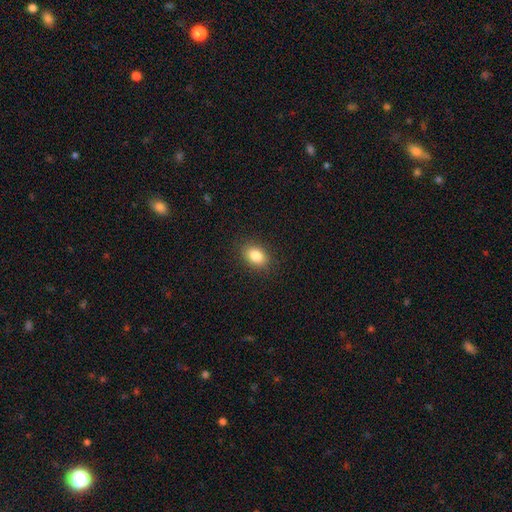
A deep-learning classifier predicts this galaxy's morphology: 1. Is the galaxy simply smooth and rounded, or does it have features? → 84% smooth, 9% star or artifact, 7% featured or disk.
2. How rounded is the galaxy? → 78% in between, 20% round, 1% cigar-shaped.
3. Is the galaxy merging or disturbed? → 88% none, 9% minor disturbance, 2% major disturbance, 1% merger.